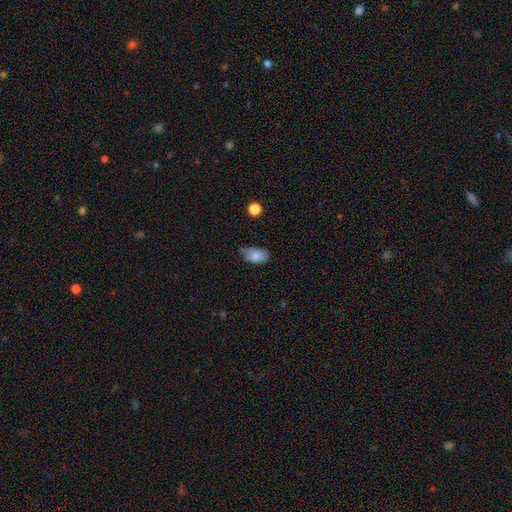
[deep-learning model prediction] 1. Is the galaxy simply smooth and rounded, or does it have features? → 81% smooth, 11% featured or disk, 8% star or artifact.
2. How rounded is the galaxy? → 91% in between, 7% round, 2% cigar-shaped.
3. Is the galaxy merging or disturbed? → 55% none, 35% minor disturbance, 8% major disturbance, 2% merger.